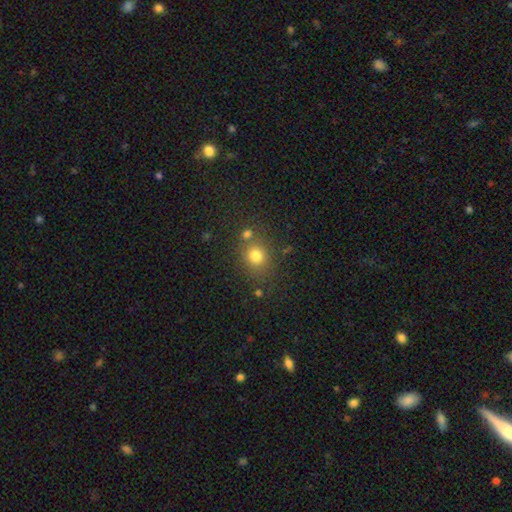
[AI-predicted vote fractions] smooth 77%, star or artifact 15%, featured or disk 8%. Down the decision tree: how rounded — round (78%); merging — none (70%).